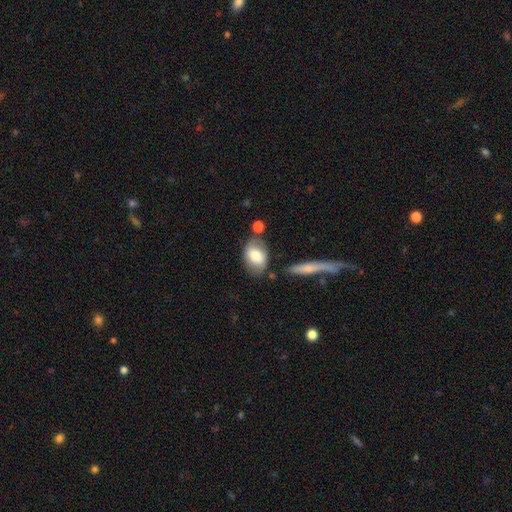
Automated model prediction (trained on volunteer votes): smooth 75%, featured or disk 18%, star or artifact 6%. Down the decision tree: how rounded — in between (83%); merging — none (66%).